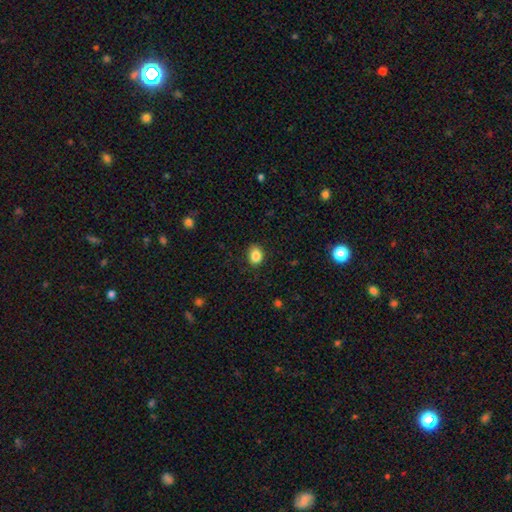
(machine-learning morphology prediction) This appears to be a smooth galaxy with no disk features (87%) that is in between round and cigar-shaped (63%). Merging: none (84%).